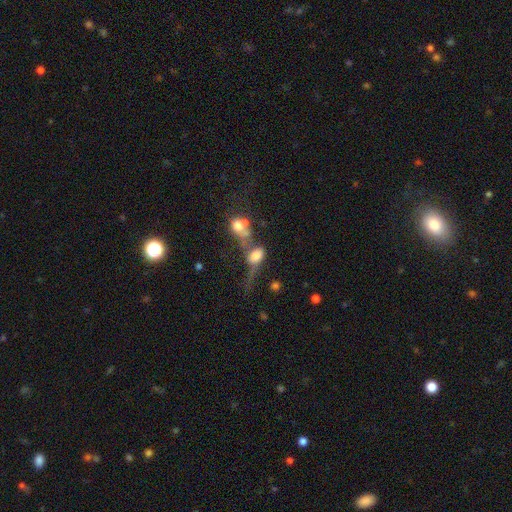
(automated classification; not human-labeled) Overall: smooth (58%; featured or disk 29%). How rounded: in between (74%). Merging: merger (45%; major disturbance 28%).